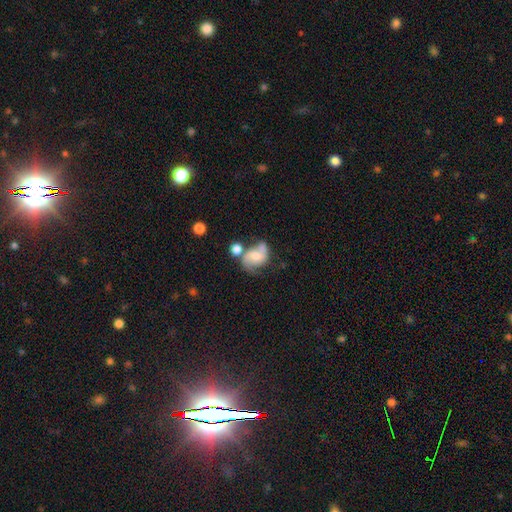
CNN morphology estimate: smooth_or_featured: featured or disk (p=0.63) [alt: smooth p=0.29]
disk_edge_on: no (p=0.97) [alt: yes p=0.03]
bar: no (p=0.60) [alt: weak p=0.32]
has_spiral_arms: yes (p=0.87) [alt: no p=0.13]
spiral_winding: medium (p=0.44) [alt: loose p=0.41]
spiral_arm_count: 2 (p=0.85) [alt: can't tell p=0.07]
bulge_size: moderate (p=0.51) [alt: small p=0.34]
merging: none (p=0.40) [alt: merger p=0.28]